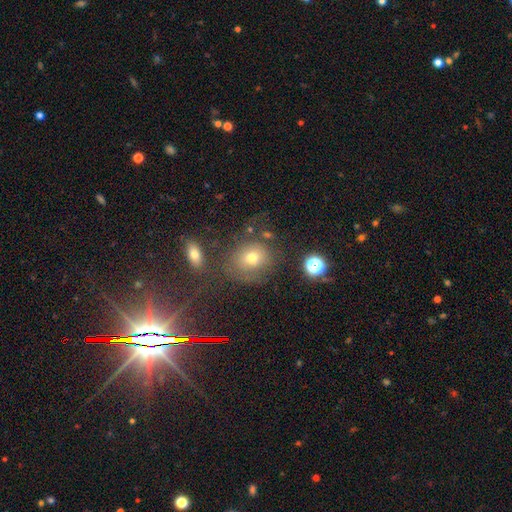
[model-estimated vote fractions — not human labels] smooth 53%, star or artifact 25%, featured or disk 23%. Down the decision tree: how rounded — round (71%); merging — none (67%).